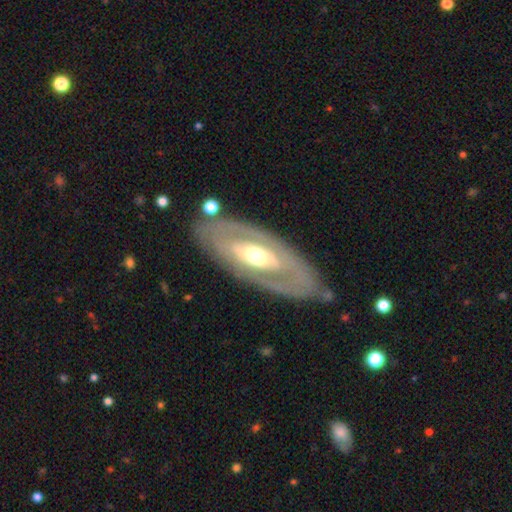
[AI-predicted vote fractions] Overall: featured or disk (73%). Edge-on disk: no (86%). Bar: no (71%). Spiral arms: no (69%; yes 31%). Bulge size: moderate (71%). Merging: none (78%).